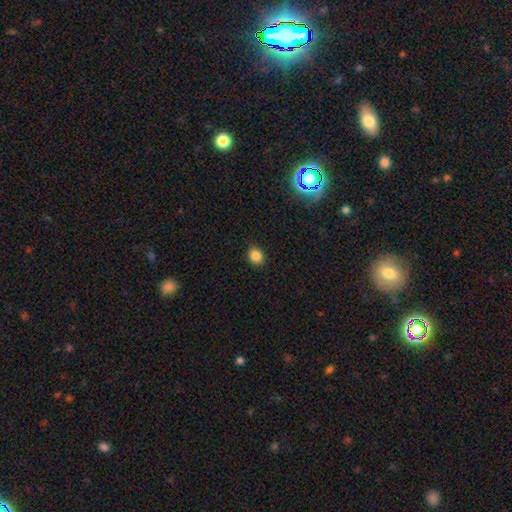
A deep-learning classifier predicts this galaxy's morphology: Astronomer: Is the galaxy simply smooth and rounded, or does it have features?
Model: smooth — 85%.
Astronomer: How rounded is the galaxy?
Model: round — 66%.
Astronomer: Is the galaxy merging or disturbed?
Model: none — 89%.